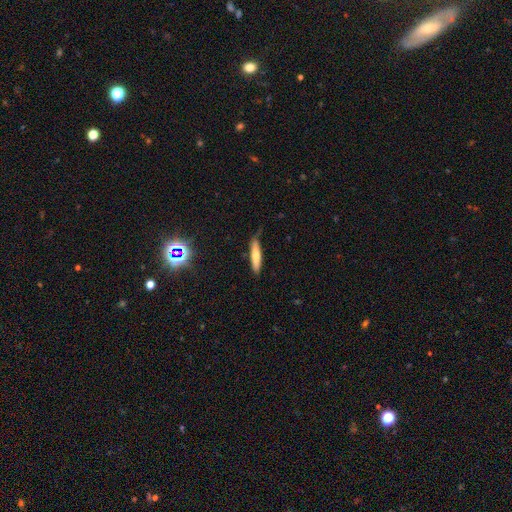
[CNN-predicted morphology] smooth 64%, featured or disk 27%, star or artifact 8%. Down the decision tree: how rounded — cigar-shaped (85%); merging — none (71%).